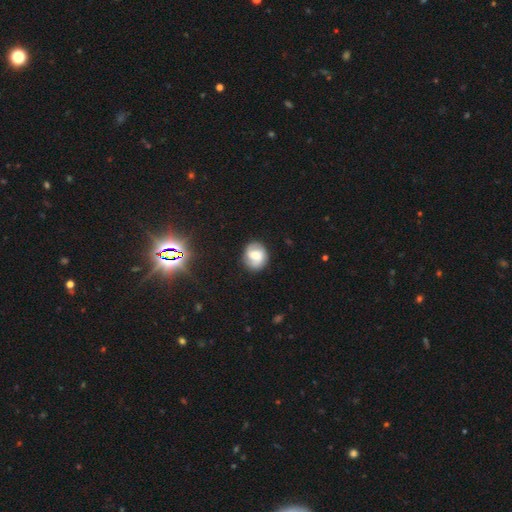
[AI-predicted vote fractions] Smooth or featured? Predicted: smooth (p=0.47). Merging? Predicted: none (p=0.79).